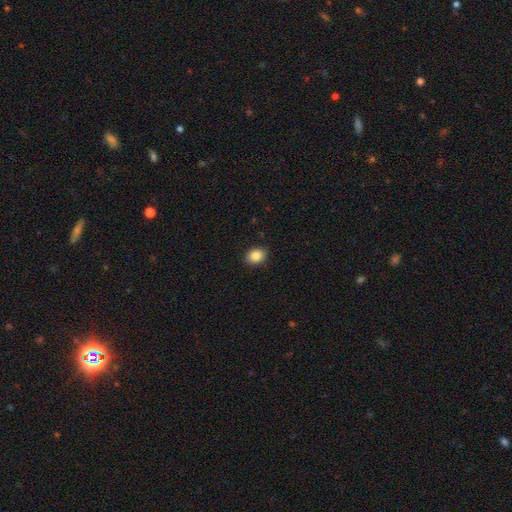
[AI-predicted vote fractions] smooth 87%, star or artifact 9%, featured or disk 4%. Down the decision tree: how rounded — in between (55%); merging — none (90%).